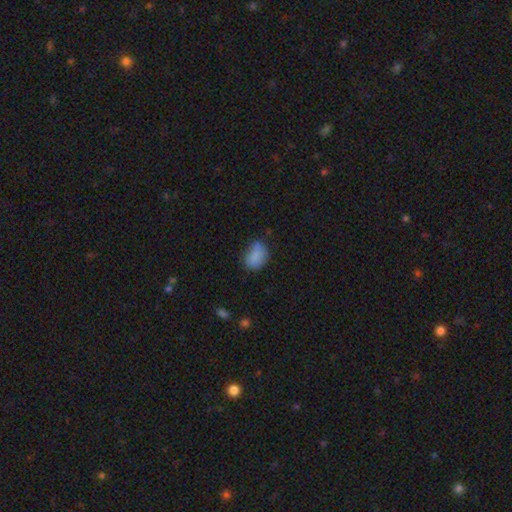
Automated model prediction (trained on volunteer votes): Smooth or featured?
  - smooth: 84% *
  - star or artifact: 9%
  - featured or disk: 7%
How rounded?
  - in between: 78% *
  - round: 20%
  - cigar-shaped: 1%
Merging?
  - none: 60% *
  - minor disturbance: 30%
  - major disturbance: 7%
  - merger: 2%